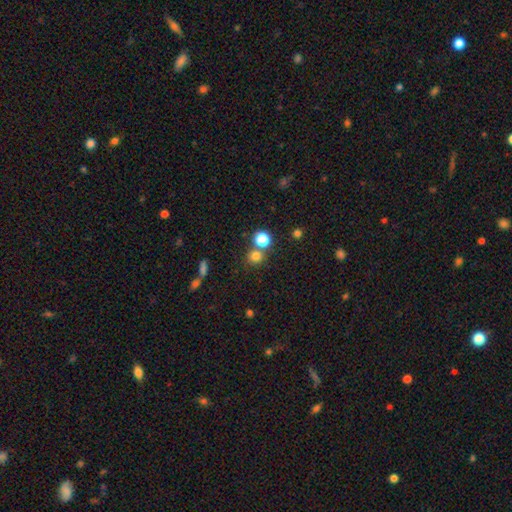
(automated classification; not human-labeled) smooth-or-featured: smooth: 76% | star or artifact: 17% | featured or disk: 7%
  how-rounded: round: 89% | in between: 10% | cigar-shaped: 1%
  merging: none: 65% | merger: 25% | minor disturbance: 7% | major disturbance: 3%